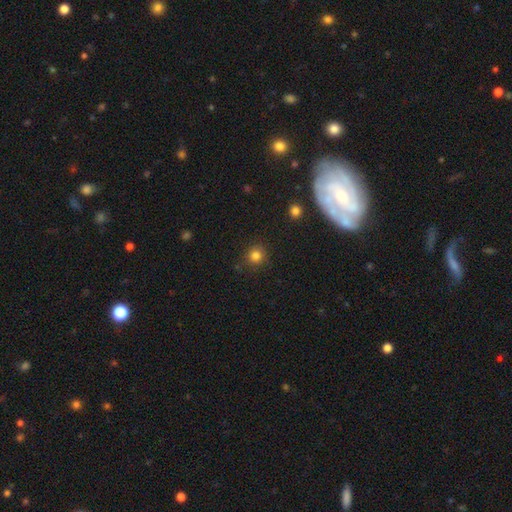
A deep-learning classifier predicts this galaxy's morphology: smooth-or-featured: smooth: 82% | star or artifact: 13% | featured or disk: 5%
  how-rounded: round: 91% | in between: 8% | cigar-shaped: 1%
  merging: none: 87% | minor disturbance: 8% | major disturbance: 3% | merger: 2%